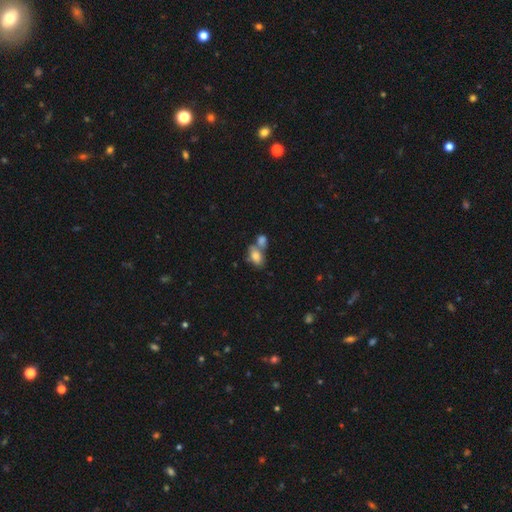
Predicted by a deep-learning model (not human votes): Smooth or featured: smooth — 77% (featured or disk — 14%)
How rounded: in between — 85% (round — 12%)
Merging: merger — 51% (none — 32%)